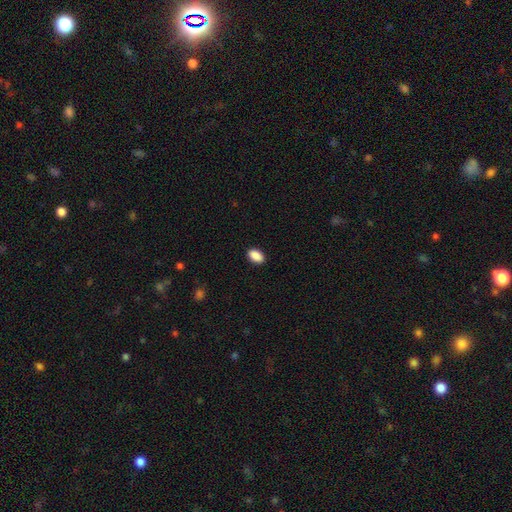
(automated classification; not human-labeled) The model was most divided on "merging": none: 90%, minor disturbance: 7%, major disturbance: 2%, merger: 1%. More confident: how rounded — in between (92%); smooth or featured — smooth (90%).